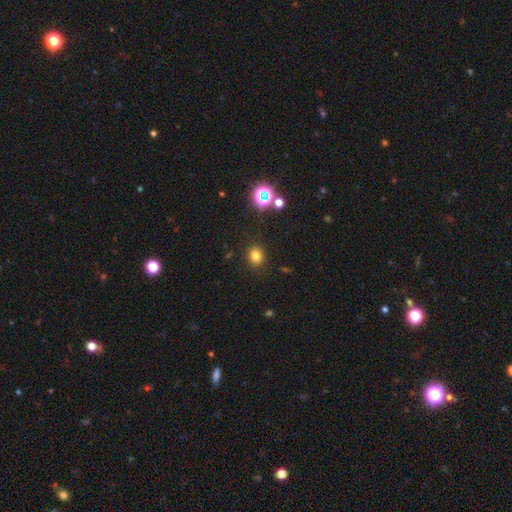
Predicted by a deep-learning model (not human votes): The model was most divided on "how rounded": round: 70%, in between: 29%, cigar-shaped: 1%. More confident: merging — none (88%); smooth or featured — smooth (77%).